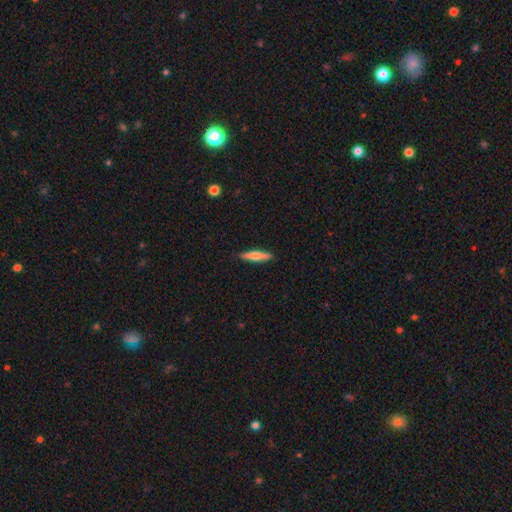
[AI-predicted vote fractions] Smooth or featured: smooth — 67% (featured or disk — 28%)
How rounded: cigar-shaped — 83% (in between — 16%)
Merging: none — 89% (minor disturbance — 9%)